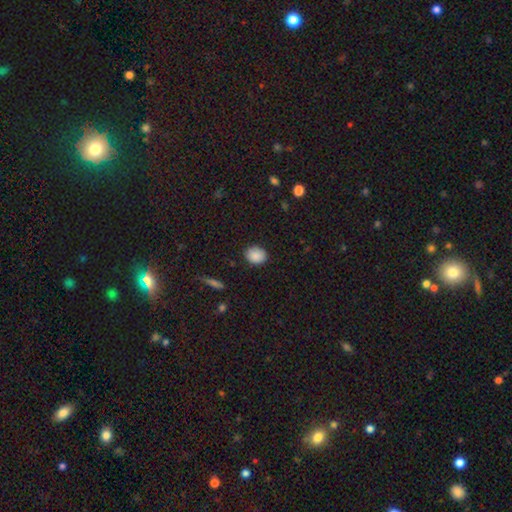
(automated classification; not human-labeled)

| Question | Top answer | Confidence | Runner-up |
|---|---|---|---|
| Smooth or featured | smooth | 88% | star or artifact (8%) |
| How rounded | round | 58% | in between (41%) |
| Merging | none | 88% | minor disturbance (9%) |